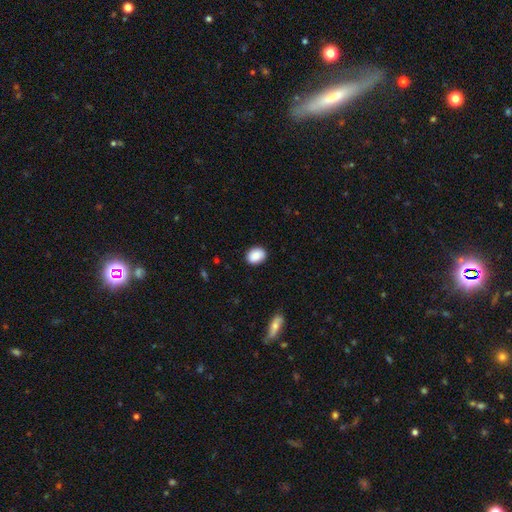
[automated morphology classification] Q: Smooth or featured?
A: smooth (88%); runner-up: star or artifact (7%)
Q: How rounded?
A: in between (62%); runner-up: round (36%)
Q: Merging?
A: none (89%); runner-up: minor disturbance (8%)